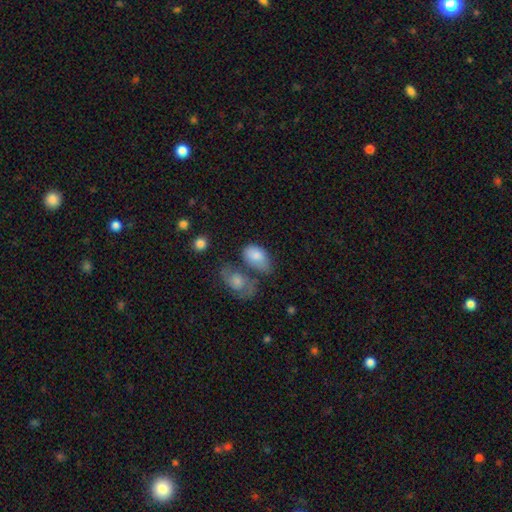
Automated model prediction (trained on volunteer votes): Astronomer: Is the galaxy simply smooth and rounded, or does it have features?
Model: smooth — 77%.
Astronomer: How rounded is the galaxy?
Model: in between — 89%.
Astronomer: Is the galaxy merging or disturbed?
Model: none — 36% (runner-up: merger, 27%).